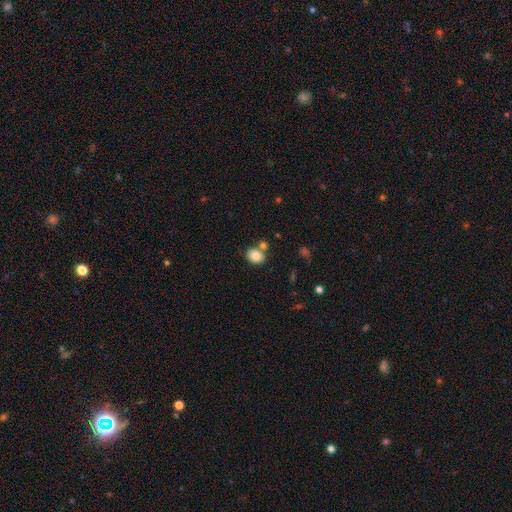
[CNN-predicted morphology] type=smooth (80%); roundness=round (52%); merging=none (67%).